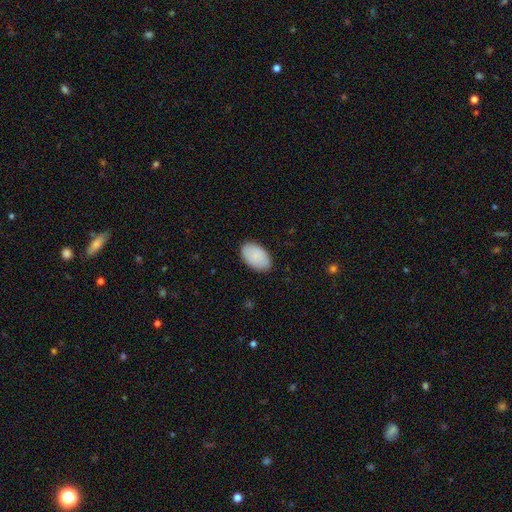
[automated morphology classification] The model was most divided on "merging": none: 85%, minor disturbance: 11%, major disturbance: 2%, merger: 1%. More confident: how rounded — in between (94%); smooth or featured — smooth (85%).